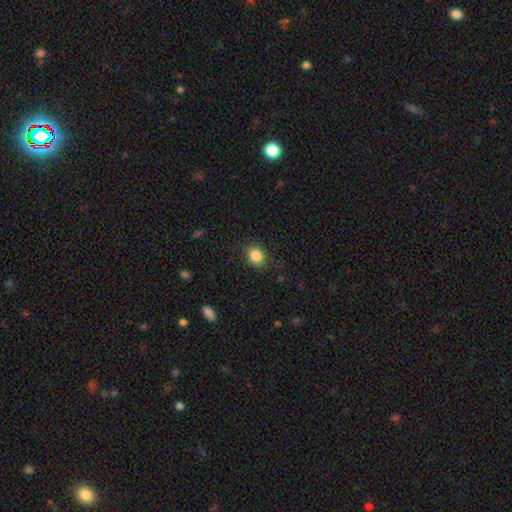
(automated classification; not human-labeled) Smooth or featured?
  - smooth: 86% *
  - star or artifact: 10%
  - featured or disk: 5%
How rounded?
  - round: 62% *
  - in between: 37%
  - cigar-shaped: 1%
Merging?
  - none: 86% *
  - minor disturbance: 10%
  - major disturbance: 3%
  - merger: 1%